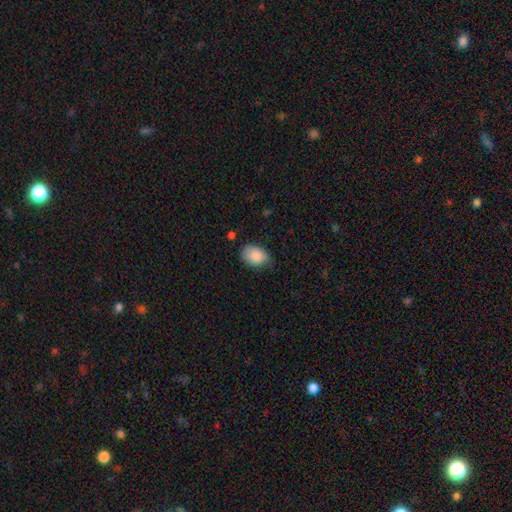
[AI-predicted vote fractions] The model was most divided on "merging": none: 65%, minor disturbance: 29%, major disturbance: 5%, merger: 2%. More confident: smooth or featured — smooth (86%); how rounded — in between (76%).